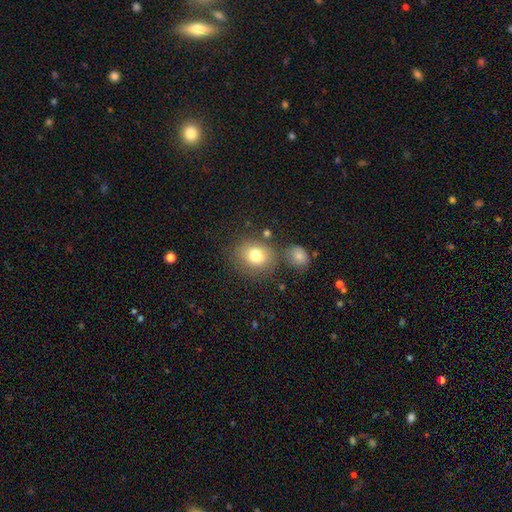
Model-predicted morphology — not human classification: This is likely a smooth galaxy (77%). How rounded: likely round (70%). Merging: likely none (72%).